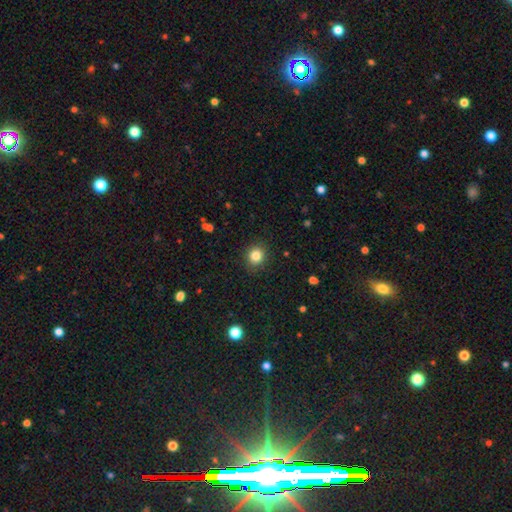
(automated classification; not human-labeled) Smooth or featured: smooth — 84% (star or artifact — 11%)
How rounded: round — 83% (in between — 16%)
Merging: none — 89% (minor disturbance — 8%)